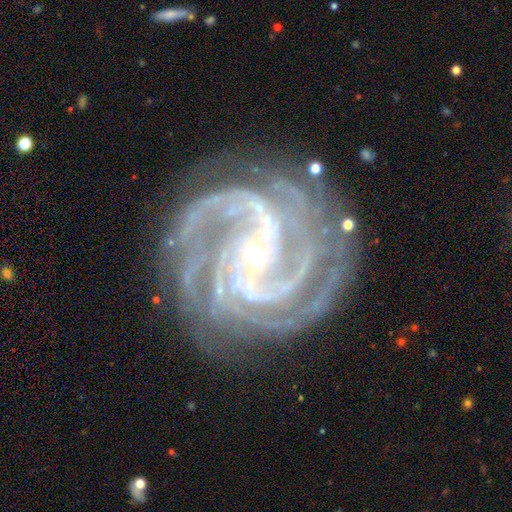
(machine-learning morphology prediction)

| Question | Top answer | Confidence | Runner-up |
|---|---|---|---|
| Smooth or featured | featured or disk | 93% | star or artifact (5%) |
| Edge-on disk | no | 98% | yes (2%) |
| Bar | strong | 35% | weak (33%) |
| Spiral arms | yes | 99% | no (1%) |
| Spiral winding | tight | 60% | medium (35%) |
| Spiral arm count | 3 | 25% | 2 (24%) |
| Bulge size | small | 72% | moderate (24%) |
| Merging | none | 76% | minor disturbance (15%) |